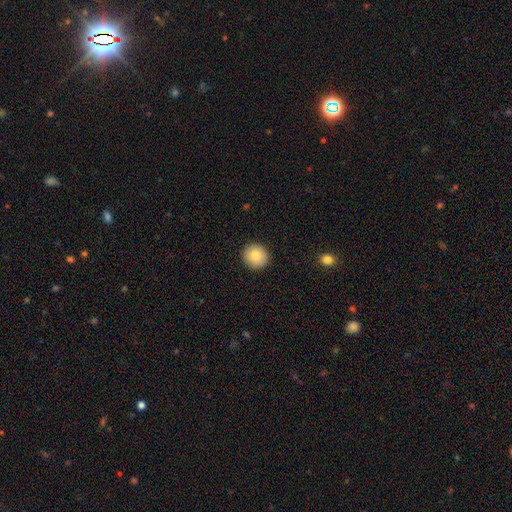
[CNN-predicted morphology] This appears to be a smooth galaxy with no disk features (85%) that is round (88%). Merging: none (91%).